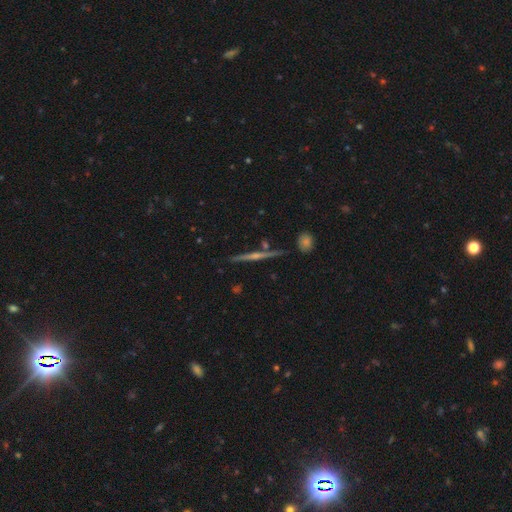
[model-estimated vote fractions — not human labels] smooth-or-featured: featured or disk: 78% | smooth: 15% | star or artifact: 7%
  disk-edge-on: yes: 98% | no: 2%
    edge-on-bulge: rounded: 73% | none: 20% | boxy: 7%
  merging: none: 88% | minor disturbance: 7% | merger: 3% | major disturbance: 2%